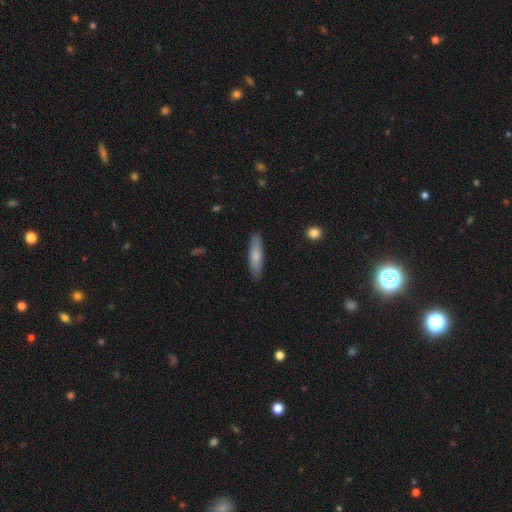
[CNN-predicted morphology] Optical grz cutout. It shows a smooth galaxy with no disk features (75%) that is cigar-shaped (76%). Merging: none (88%).